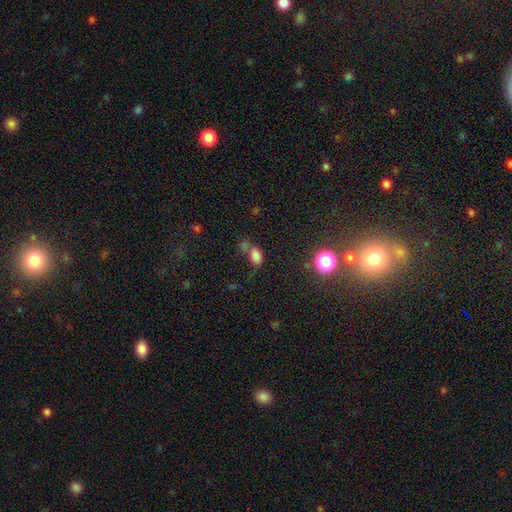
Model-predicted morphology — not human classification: A smooth galaxy with no disk features (74%) that is in between round and cigar-shaped (85%).

Vote fractions:
- Smooth or featured? smooth: 74% / star or artifact: 18% / featured or disk: 8%
- How rounded? in between: 85% / round: 13% / cigar-shaped: 2%
- Merging? none: 42% / merger: 30% / minor disturbance: 17% / major disturbance: 11%